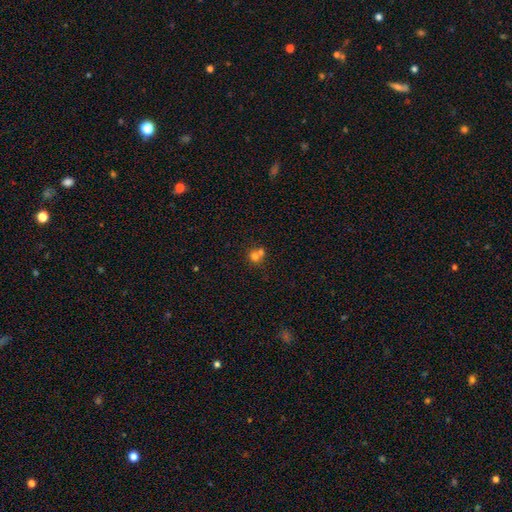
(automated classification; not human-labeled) smooth 71%, featured or disk 15%, star or artifact 15%. Down the decision tree: how rounded — round (83%); merging — merger (54%).